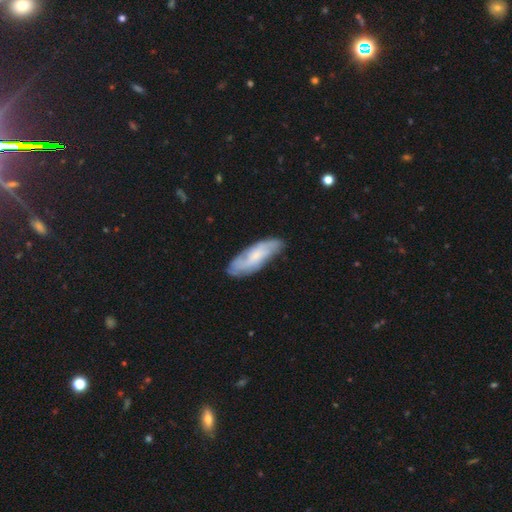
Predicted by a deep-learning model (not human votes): Q: Smooth or featured?
A: featured or disk (53%); runner-up: smooth (41%)
Q: Edge-on disk?
A: no (80%); runner-up: yes (20%)
Q: Merging?
A: none (77%); runner-up: minor disturbance (17%)